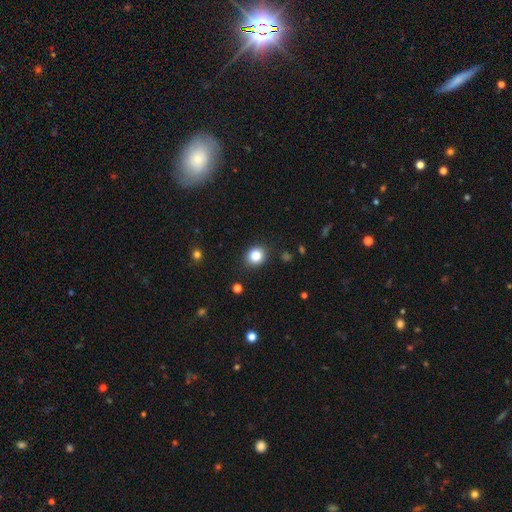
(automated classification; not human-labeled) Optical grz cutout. It shows a smooth galaxy with no disk features (84%) that is round (77%). Merging: none (89%).